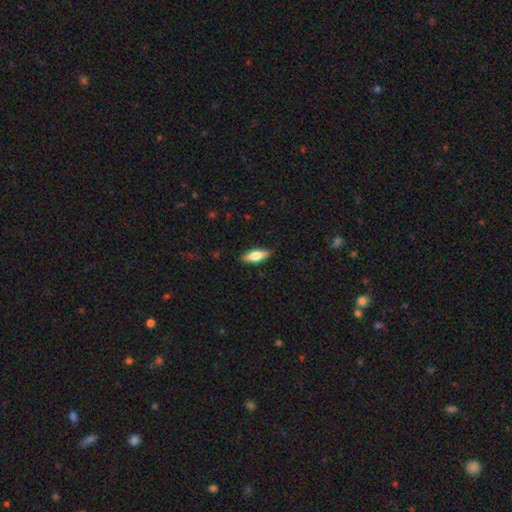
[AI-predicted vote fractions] This appears to be a smooth galaxy with no disk features (60%) that is in between round and cigar-shaped (63%). Merging: none (88%).